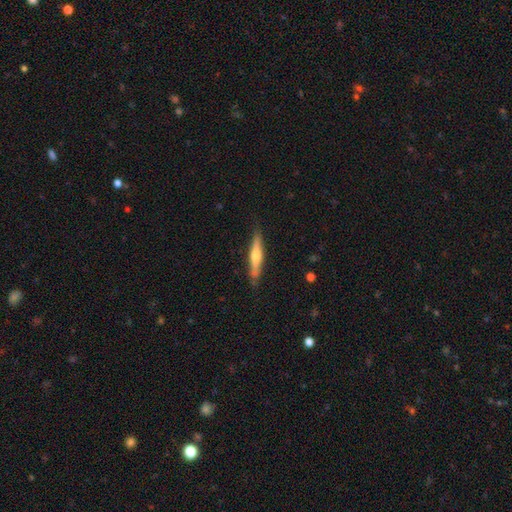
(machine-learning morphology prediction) Q: Smooth or featured?
A: featured or disk (49%); runner-up: smooth (45%)
Q: Merging?
A: none (83%); runner-up: minor disturbance (13%)